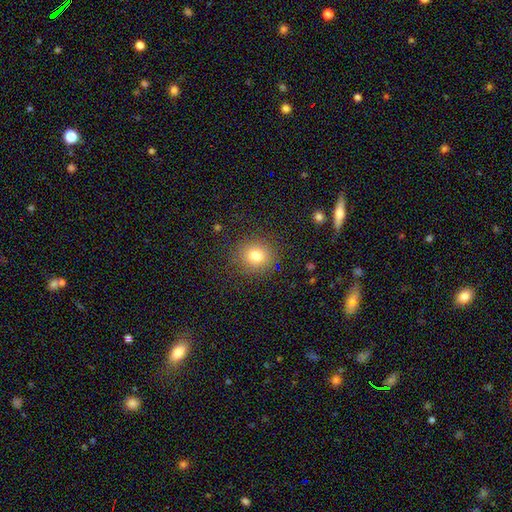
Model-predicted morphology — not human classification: smooth_or_featured: smooth (p=0.78) [alt: star or artifact p=0.14]
how_rounded: round (p=0.85) [alt: in between p=0.14]
merging: none (p=0.87) [alt: minor disturbance p=0.08]